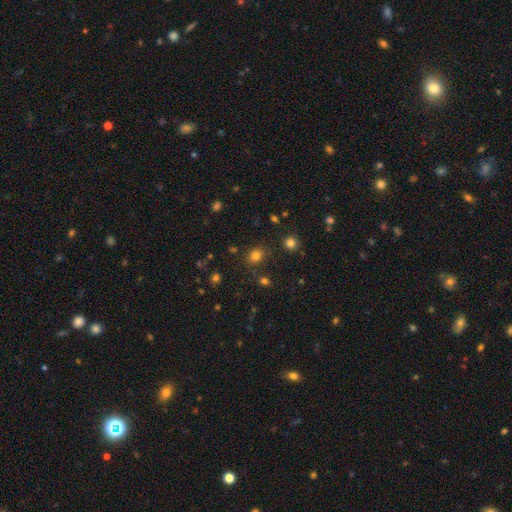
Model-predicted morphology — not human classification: This is likely a smooth galaxy (77%). How rounded: likely round (71%). Merging: clearly none (81%).